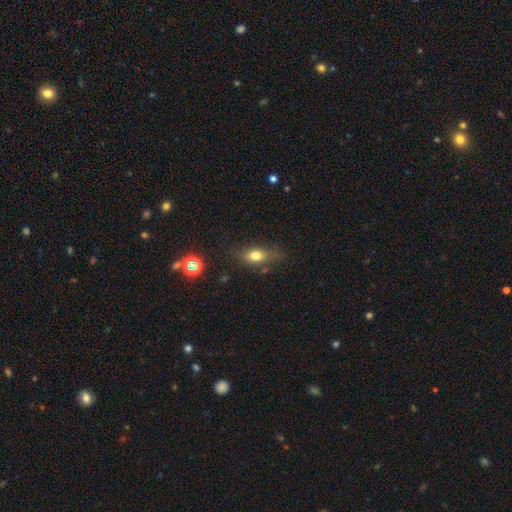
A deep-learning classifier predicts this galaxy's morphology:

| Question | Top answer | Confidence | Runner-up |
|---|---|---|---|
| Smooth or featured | smooth | 75% | featured or disk (13%) |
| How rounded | in between | 76% | round (14%) |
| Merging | none | 66% | minor disturbance (22%) |